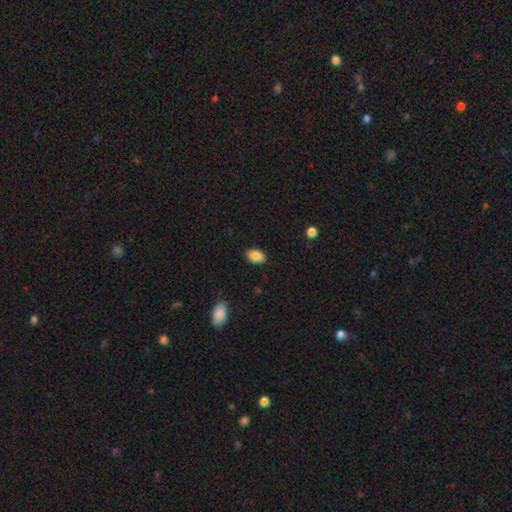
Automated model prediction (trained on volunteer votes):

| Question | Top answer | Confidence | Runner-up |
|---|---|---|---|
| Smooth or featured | smooth | 87% | star or artifact (8%) |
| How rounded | in between | 90% | round (8%) |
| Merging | none | 87% | minor disturbance (10%) |